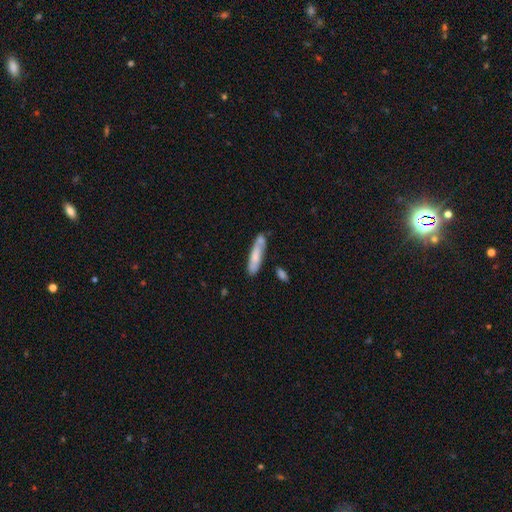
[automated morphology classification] A smooth galaxy with no disk features (69%) that is cigar-shaped (82%). Merging: none (62%).